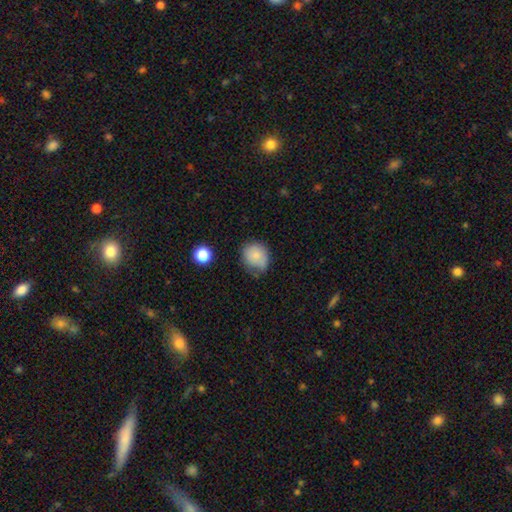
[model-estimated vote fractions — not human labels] Overall: smooth (79%). How rounded: round (71%). Merging: none (51%; minor disturbance 35%).